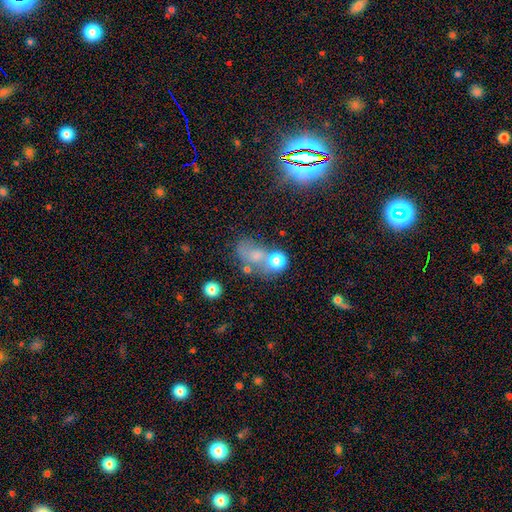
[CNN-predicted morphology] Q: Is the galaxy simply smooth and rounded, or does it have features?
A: smooth — 53%.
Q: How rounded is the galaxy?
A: in between — 53%.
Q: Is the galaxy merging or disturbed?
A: merger — 43%.